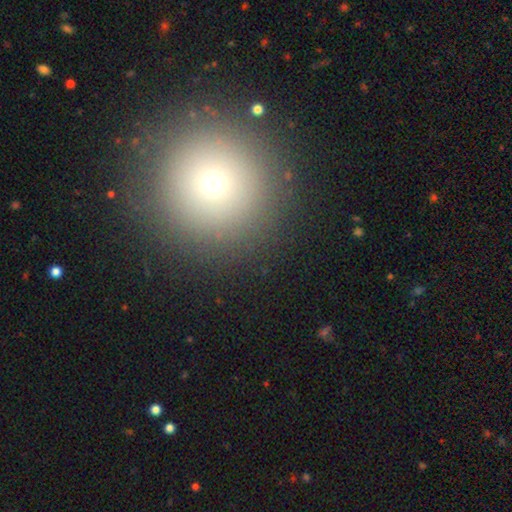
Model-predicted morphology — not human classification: Overall: smooth (67%). How rounded: round (95%). Merging: none (91%).